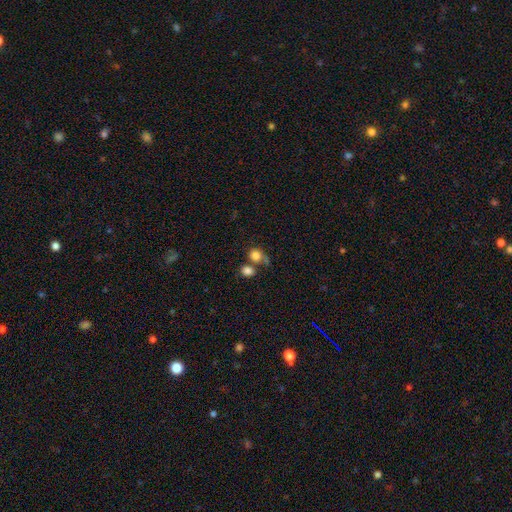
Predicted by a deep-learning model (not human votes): A smooth galaxy with no disk features (82%) that is round (74%).

Vote fractions:
- Smooth or featured? smooth: 82% / star or artifact: 10% / featured or disk: 8%
- How rounded? round: 74% / in between: 25% / cigar-shaped: 1%
- Merging? none: 44% / merger: 36% / minor disturbance: 12% / major disturbance: 8%